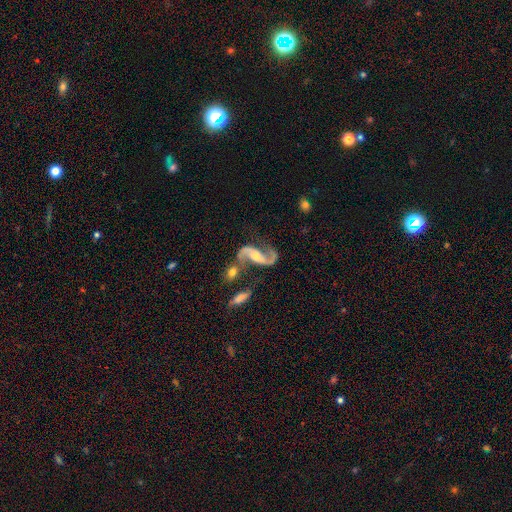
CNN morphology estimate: This is clearly a featured or disk galaxy (91%). It is clearly not viewed edge-on (97%). Bar: marginally weak (36%). Spiral arm pattern: clearly yes (97%). Spiral arm count: clearly 2 (93%). Spiral winding: possibly loose (58%). Central bulge: possibly moderate (55%). Merging: possibly none (56%).